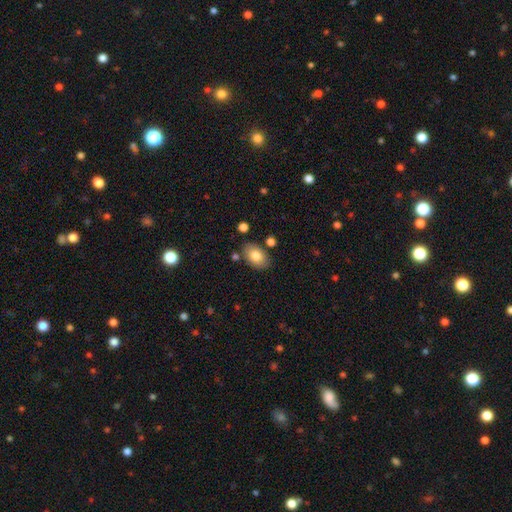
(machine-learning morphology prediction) Smooth or featured?
  - smooth: 81% *
  - featured or disk: 12%
  - star or artifact: 7%
How rounded?
  - in between: 88% *
  - round: 11%
  - cigar-shaped: 1%
Merging?
  - none: 80% *
  - minor disturbance: 12%
  - merger: 5%
  - major disturbance: 3%